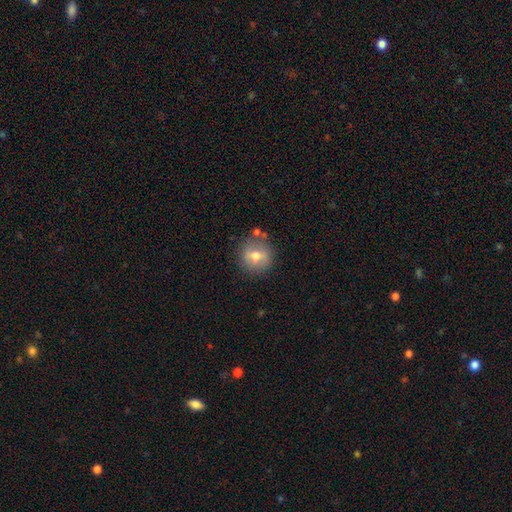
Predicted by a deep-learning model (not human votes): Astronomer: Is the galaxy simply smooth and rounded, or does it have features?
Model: smooth — 60%.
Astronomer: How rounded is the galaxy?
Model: round — 89%.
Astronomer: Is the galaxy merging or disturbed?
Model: none — 76%.